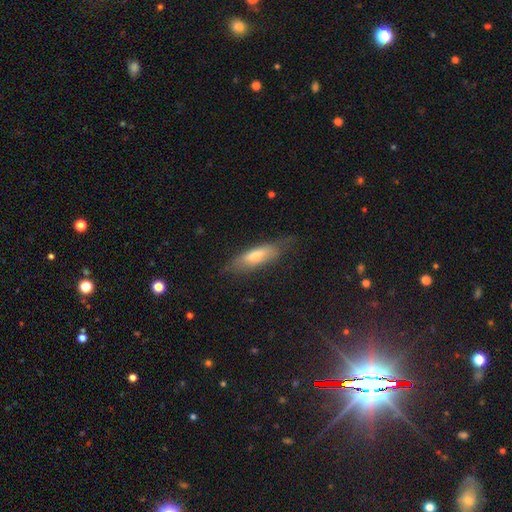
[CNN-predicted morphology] A smooth galaxy with no disk features (63%) that is in between round and cigar-shaped (54%).

Vote fractions:
- Smooth or featured? smooth: 63% / featured or disk: 30% / star or artifact: 7%
- How rounded? in between: 54% / cigar-shaped: 44% / round: 2%
- Merging? none: 66% / minor disturbance: 24% / major disturbance: 8% / merger: 2%